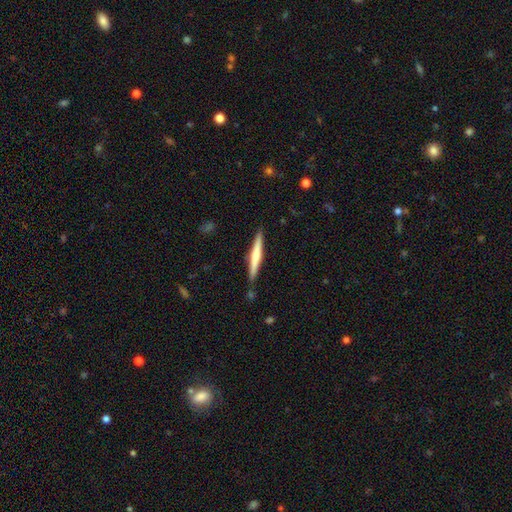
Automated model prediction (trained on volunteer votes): Overall: smooth (48%; featured or disk 47%). Merging: none (87%).